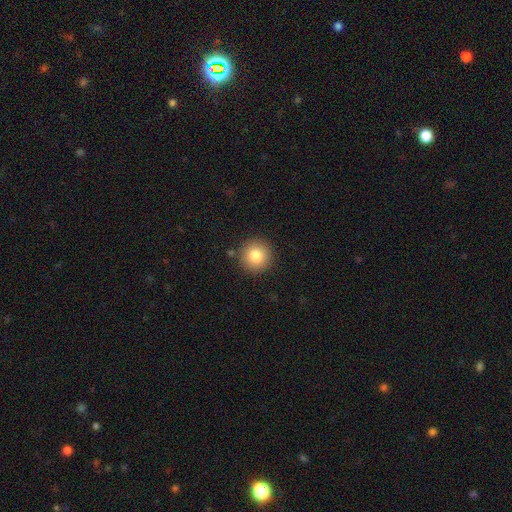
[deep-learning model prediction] This is clearly a smooth galaxy (81%). How rounded: clearly round (94%). Merging: clearly none (88%).